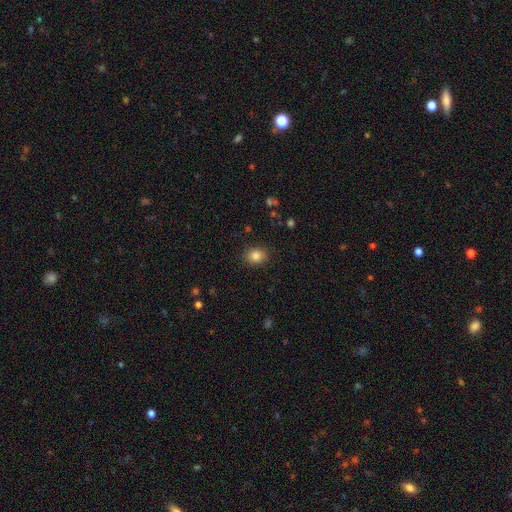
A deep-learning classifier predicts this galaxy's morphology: Q: Smooth or featured?
A: smooth (84%); runner-up: star or artifact (10%)
Q: How rounded?
A: round (54%); runner-up: in between (45%)
Q: Merging?
A: none (88%); runner-up: minor disturbance (9%)